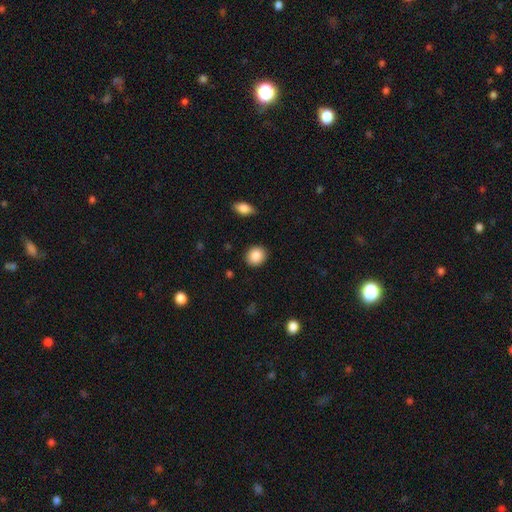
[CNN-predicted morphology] A smooth galaxy with no disk features (87%) that is round (76%). Merging: none (91%).